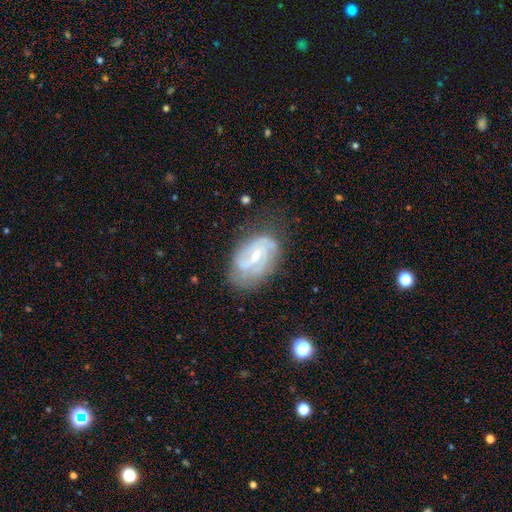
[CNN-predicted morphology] Smooth or featured?
  - featured or disk: 81% *
  - smooth: 13%
  - star or artifact: 7%
Edge-on disk?
  - no: 96% *
  - yes: 4%
Bar?
  - weak: 52% *
  - no: 28%
  - strong: 20%
Spiral arms?
  - yes: 92% *
  - no: 8%
Spiral winding?
  - medium: 44% *
  - tight: 37%
  - loose: 19%
Spiral arm count?
  - 2: 59% *
  - can't tell: 20%
  - 3: 12%
  - 1: 4%
  - 4: 3%
  - more than 4: 2%
Bulge size?
  - small: 59% *
  - moderate: 36%
  - none: 2%
  - large: 1%
  - dominant: 1%
Merging?
  - none: 68% *
  - minor disturbance: 22%
  - major disturbance: 8%
  - merger: 2%